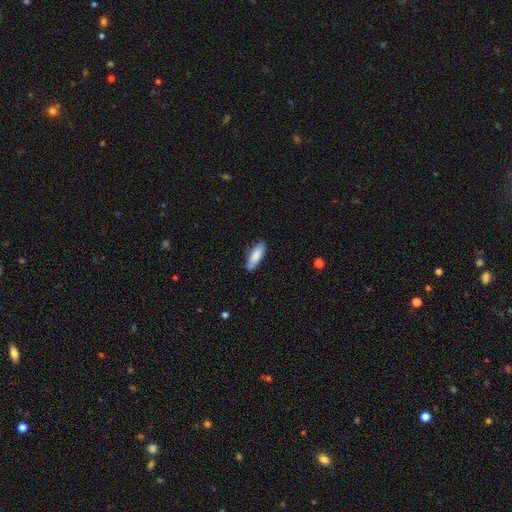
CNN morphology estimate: The model was most divided on "how rounded": in between: 63%, cigar-shaped: 36%, round: 2%. More confident: smooth or featured — smooth (86%); merging — none (85%).